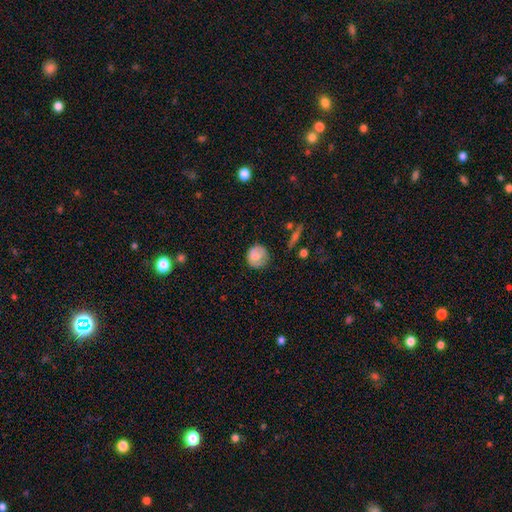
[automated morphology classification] This is likely a smooth galaxy (75%). How rounded: clearly round (87%). Merging: likely none (71%).